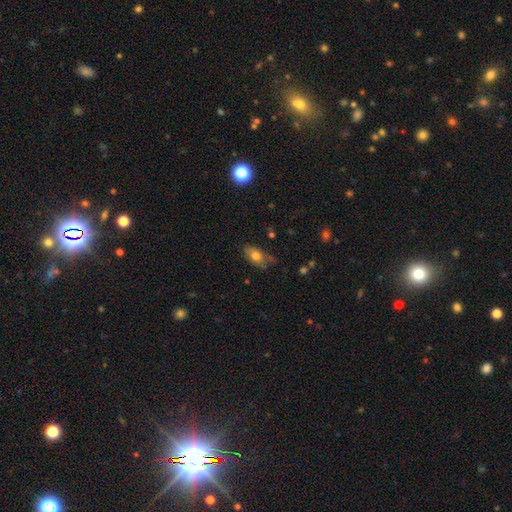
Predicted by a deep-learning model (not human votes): smooth_or_featured: smooth (p=0.74) [alt: featured or disk p=0.18]
how_rounded: in between (p=0.87) [alt: round p=0.07]
merging: none (p=0.65) [alt: minor disturbance p=0.26]